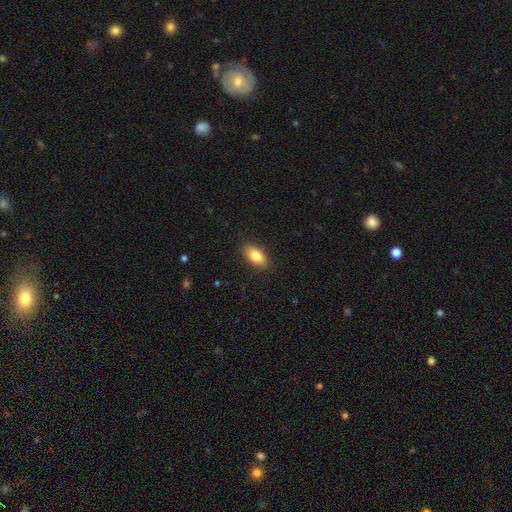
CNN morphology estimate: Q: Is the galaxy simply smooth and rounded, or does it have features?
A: smooth — 83%.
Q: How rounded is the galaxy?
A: in between — 90%.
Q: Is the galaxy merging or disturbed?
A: none — 88%.